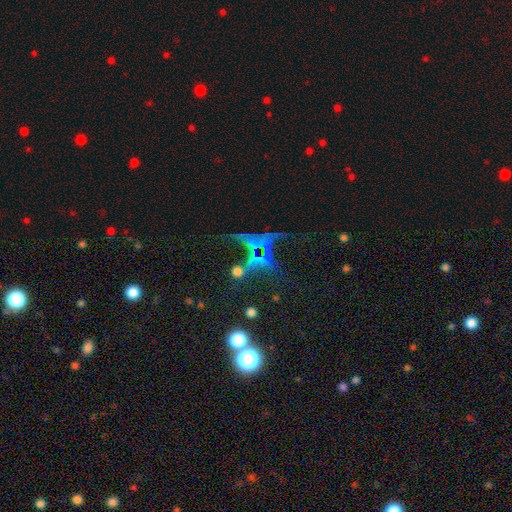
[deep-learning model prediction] Overall: star or artifact (47%; smooth 29%).